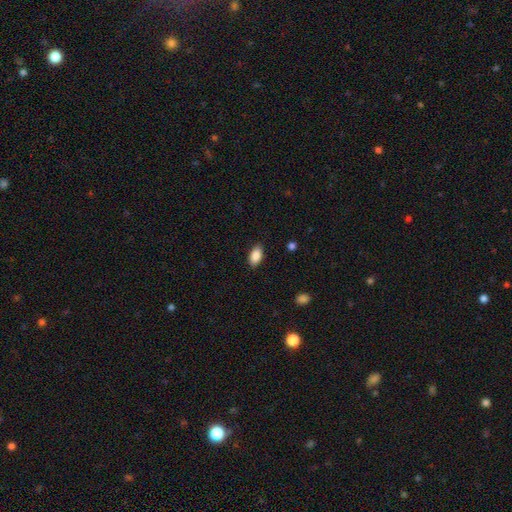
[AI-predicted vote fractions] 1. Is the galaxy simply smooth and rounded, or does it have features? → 88% smooth, 7% star or artifact, 5% featured or disk.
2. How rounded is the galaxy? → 92% in between, 4% round, 4% cigar-shaped.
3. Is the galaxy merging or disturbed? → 87% none, 10% minor disturbance, 2% major disturbance, 1% merger.